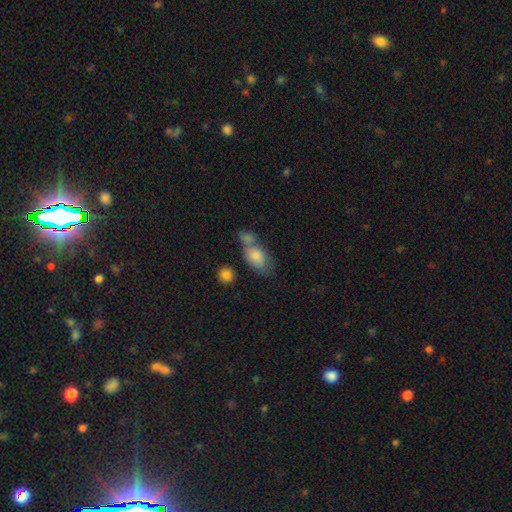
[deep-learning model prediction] Morphology: type=smooth (76%); roundness=in between (87%); merging=merger (39%).